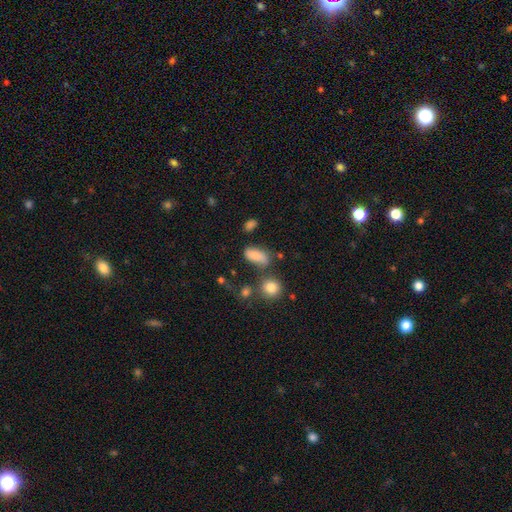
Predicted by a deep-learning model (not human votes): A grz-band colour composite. It shows a smooth galaxy with no disk features (79%) that is in between round and cigar-shaped (84%). Merging: none (64%).